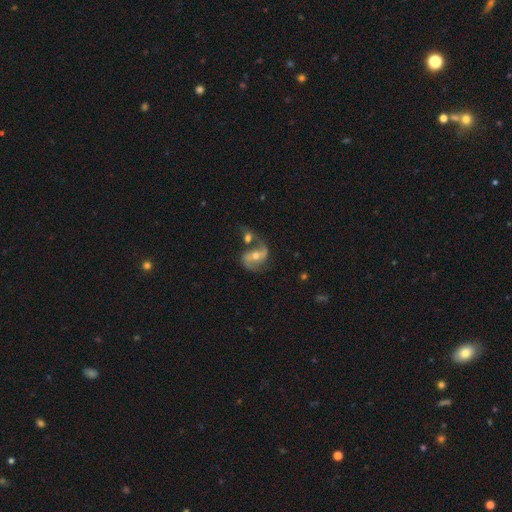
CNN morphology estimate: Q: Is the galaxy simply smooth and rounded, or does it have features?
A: featured or disk — 83%.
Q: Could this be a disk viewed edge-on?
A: no — 97%.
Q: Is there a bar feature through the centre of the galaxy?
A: weak — 39%.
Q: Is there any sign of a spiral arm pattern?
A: yes — 94%.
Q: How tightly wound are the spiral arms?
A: loose — 44%.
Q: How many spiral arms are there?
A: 2 — 87%.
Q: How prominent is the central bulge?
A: moderate — 63%.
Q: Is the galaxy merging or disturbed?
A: none — 47%.